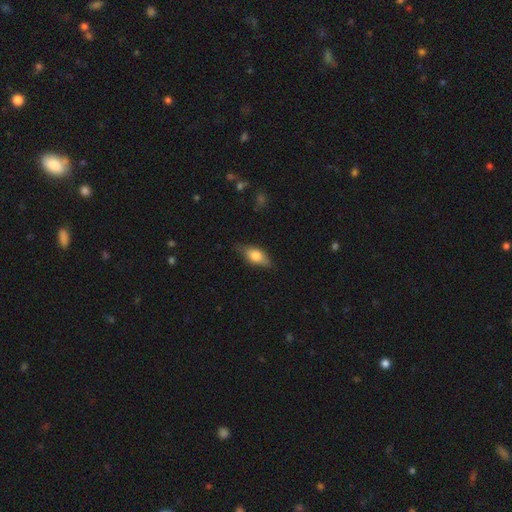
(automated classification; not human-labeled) Smooth or featured?
  - smooth: 64% *
  - featured or disk: 29%
  - star or artifact: 7%
How rounded?
  - in between: 80% *
  - cigar-shaped: 16%
  - round: 5%
Merging?
  - none: 76% *
  - minor disturbance: 19%
  - major disturbance: 3%
  - merger: 1%